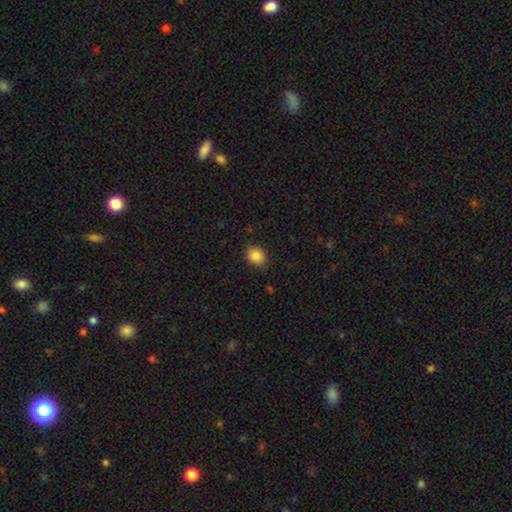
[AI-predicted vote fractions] Smooth or featured? Predicted: smooth (p=0.87). How rounded? Predicted: in between (p=0.52). Merging? Predicted: none (p=0.87).